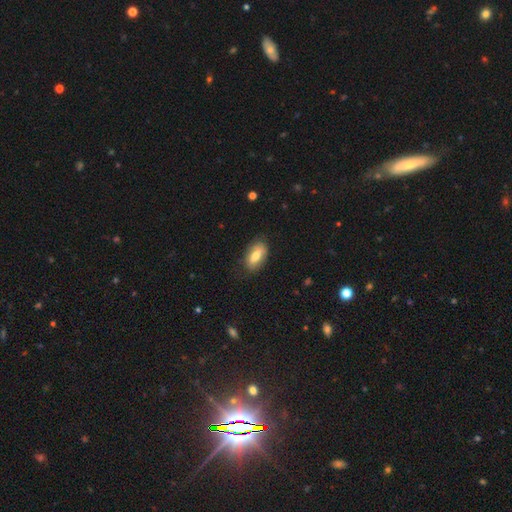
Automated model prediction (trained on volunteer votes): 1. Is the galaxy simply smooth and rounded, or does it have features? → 72% smooth, 21% featured or disk, 7% star or artifact.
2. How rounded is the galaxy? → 89% in between, 6% cigar-shaped, 4% round.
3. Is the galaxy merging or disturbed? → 77% none, 18% minor disturbance, 4% major disturbance, 1% merger.